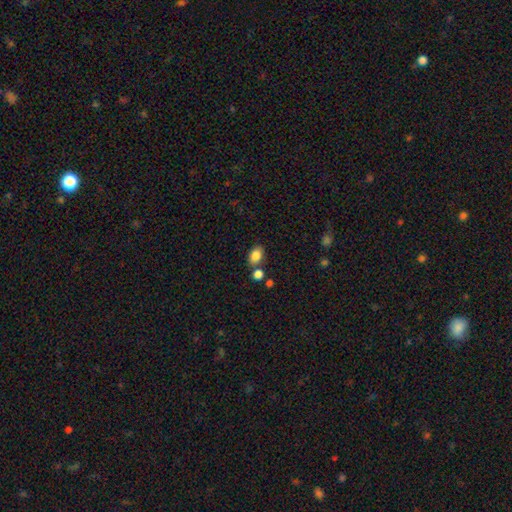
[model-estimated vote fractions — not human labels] This appears to be a smooth galaxy with no disk features (85%) that is in between round and cigar-shaped (79%). Merging: none (70%).